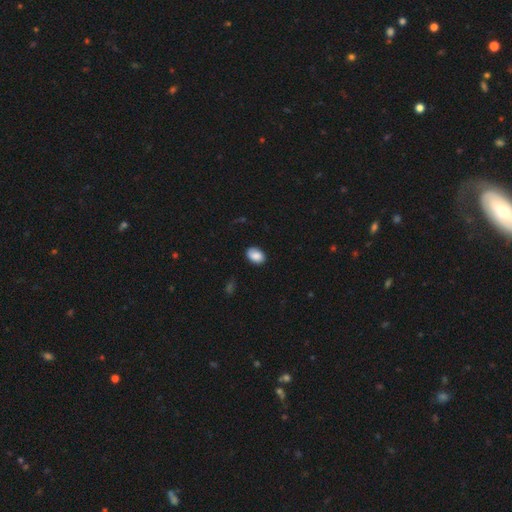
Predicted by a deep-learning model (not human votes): Overall: smooth (86%). How rounded: in between (82%). Merging: none (82%).